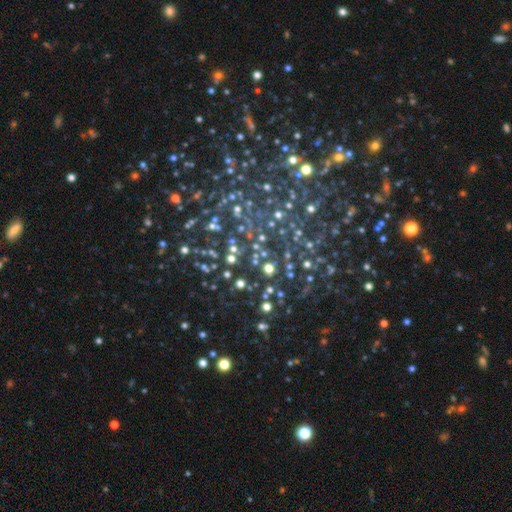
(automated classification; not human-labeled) The model was most divided on "smooth or featured": star or artifact: 71%, smooth: 18%, featured or disk: 11%.